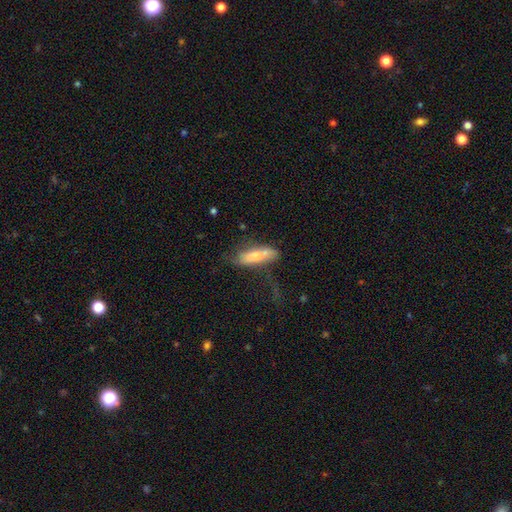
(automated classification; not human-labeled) smooth 66%, featured or disk 27%, star or artifact 7%. Down the decision tree: how rounded — in between (54%); merging — none (40%).